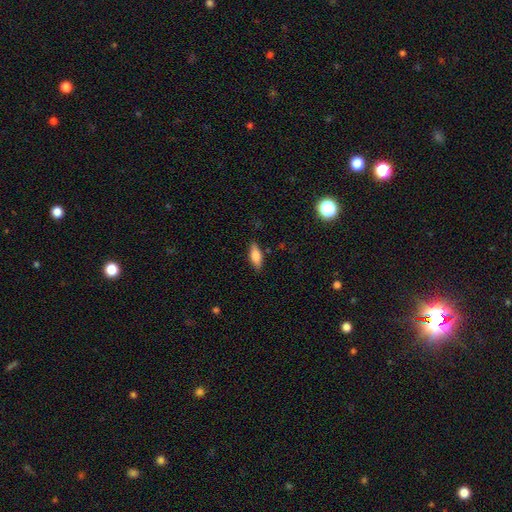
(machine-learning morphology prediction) This appears to be a smooth galaxy with no disk features (78%) that is in between round and cigar-shaped (74%). Merging: none (83%).